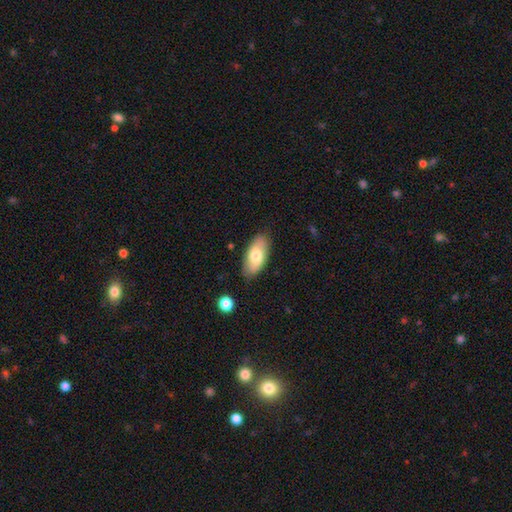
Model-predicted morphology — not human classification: smooth 72%, featured or disk 22%, star or artifact 6%. Down the decision tree: how rounded — in between (90%); merging — none (83%).